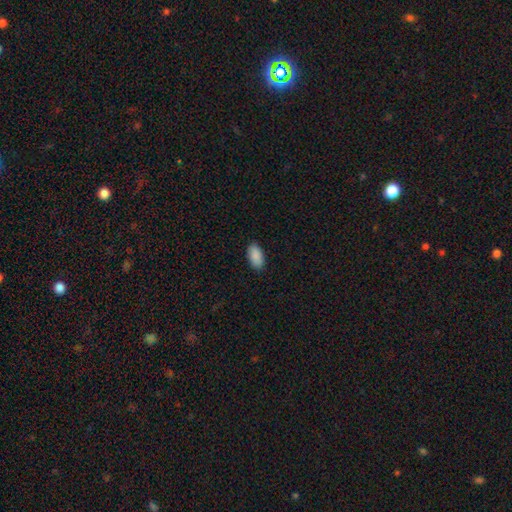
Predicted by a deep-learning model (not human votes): smooth-or-featured: smooth: 90% | star or artifact: 7% | featured or disk: 3%
  how-rounded: in between: 94% | cigar-shaped: 3% | round: 3%
  merging: none: 89% | minor disturbance: 8% | major disturbance: 2% | merger: 1%